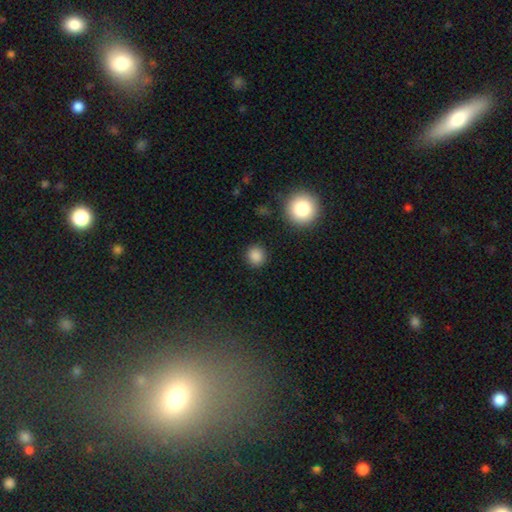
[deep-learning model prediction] smooth-or-featured: smooth: 84% | star or artifact: 12% | featured or disk: 4%
  how-rounded: round: 89% | in between: 10% | cigar-shaped: 1%
  merging: none: 90% | minor disturbance: 6% | major disturbance: 2% | merger: 2%